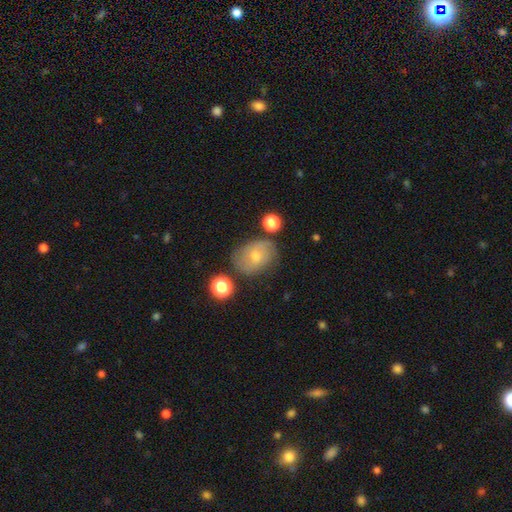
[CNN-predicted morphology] type=smooth (50%); merging=none (69%).